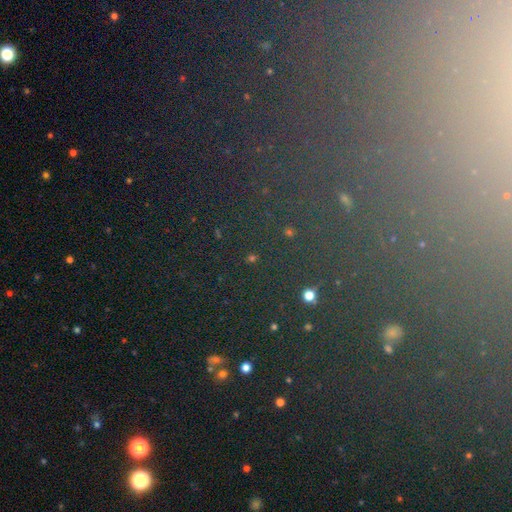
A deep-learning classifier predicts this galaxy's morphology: Smooth or featured? star or artifact (75%)